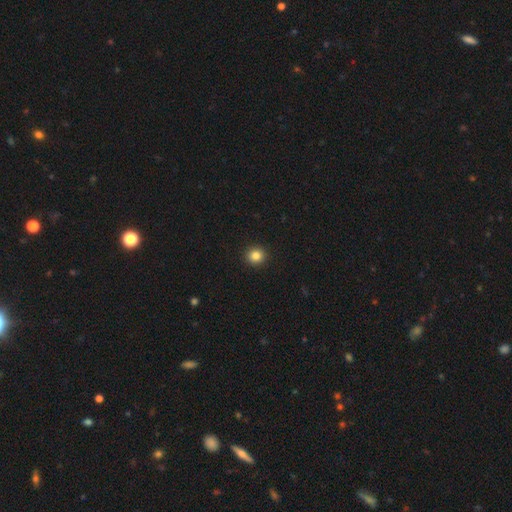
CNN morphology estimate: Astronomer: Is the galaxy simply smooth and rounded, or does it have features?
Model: smooth — 85%.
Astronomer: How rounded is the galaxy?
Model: round — 90%.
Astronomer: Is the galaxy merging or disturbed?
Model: none — 93%.